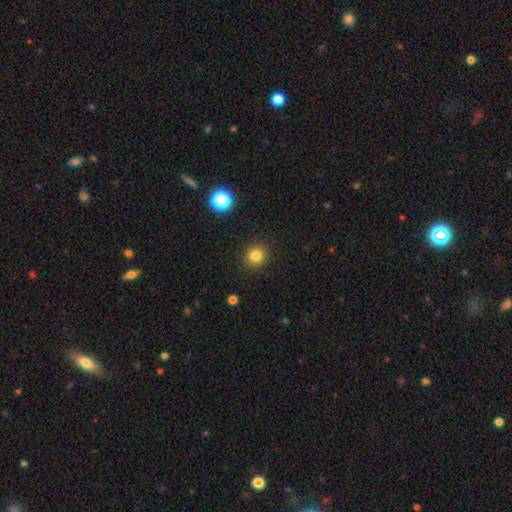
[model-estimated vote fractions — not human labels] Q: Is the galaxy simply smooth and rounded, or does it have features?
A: smooth — 81%.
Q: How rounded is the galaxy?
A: round — 91%.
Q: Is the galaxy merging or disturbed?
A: none — 91%.